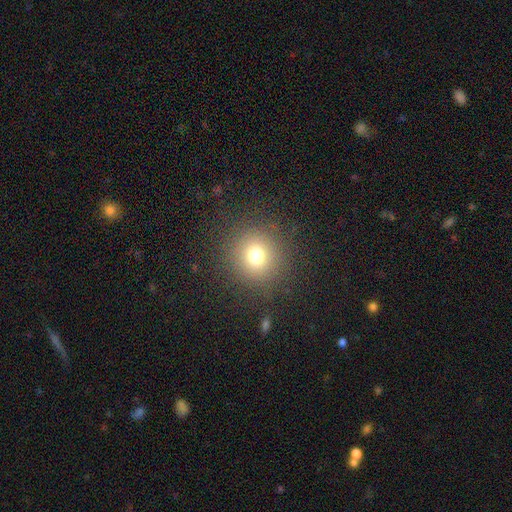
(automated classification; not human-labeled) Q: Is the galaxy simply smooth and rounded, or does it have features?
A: smooth — 74%.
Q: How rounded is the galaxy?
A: round — 93%.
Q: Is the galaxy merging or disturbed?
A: none — 87%.